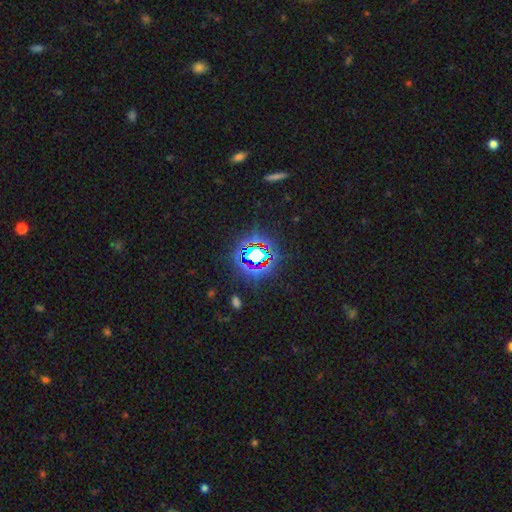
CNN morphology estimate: type=star or artifact (75%).